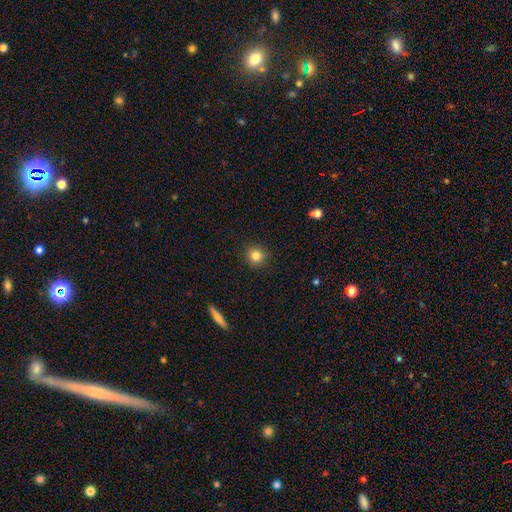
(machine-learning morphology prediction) type=smooth (82%); roundness=round (91%); merging=none (91%).